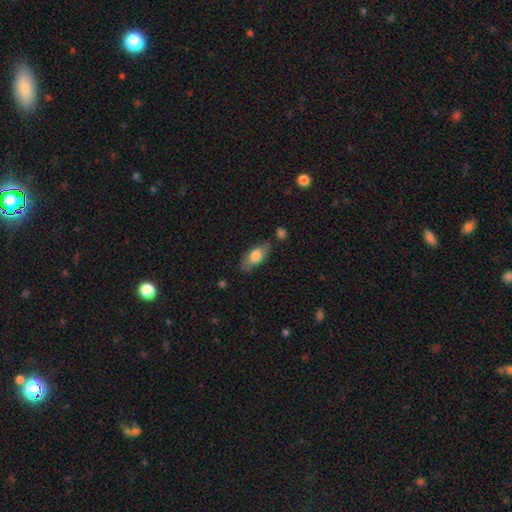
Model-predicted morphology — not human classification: This appears to be a smooth galaxy with no disk features (73%) that is in between round and cigar-shaped (84%). Merging: none (73%).